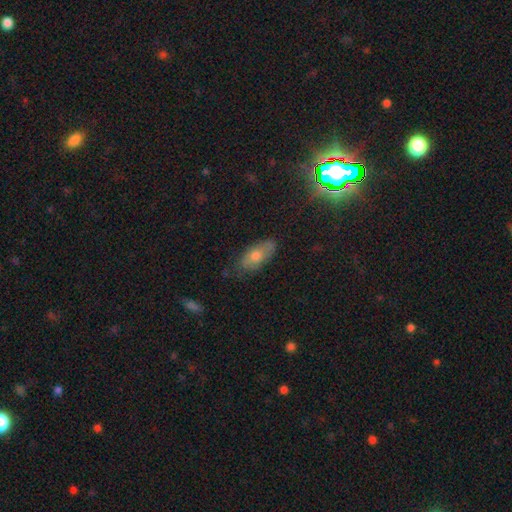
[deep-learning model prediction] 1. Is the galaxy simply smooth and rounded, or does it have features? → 61% smooth, 26% featured or disk, 13% star or artifact.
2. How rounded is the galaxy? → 83% in between, 12% cigar-shaped, 5% round.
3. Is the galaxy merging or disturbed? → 74% none, 20% minor disturbance, 4% major disturbance, 2% merger.